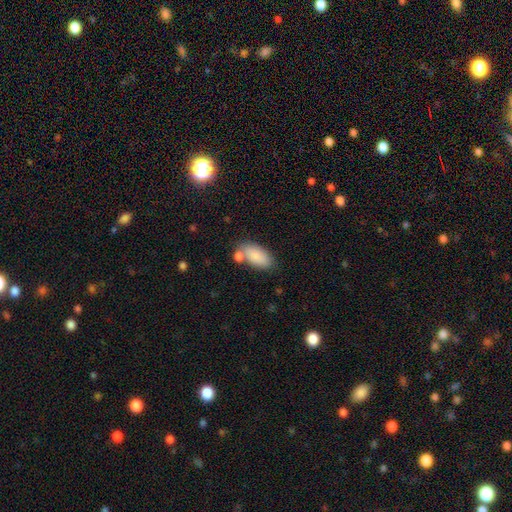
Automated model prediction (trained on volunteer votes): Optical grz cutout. It shows a smooth galaxy with no disk features (85%) that is in between round and cigar-shaped (93%). Merging: none (58%).